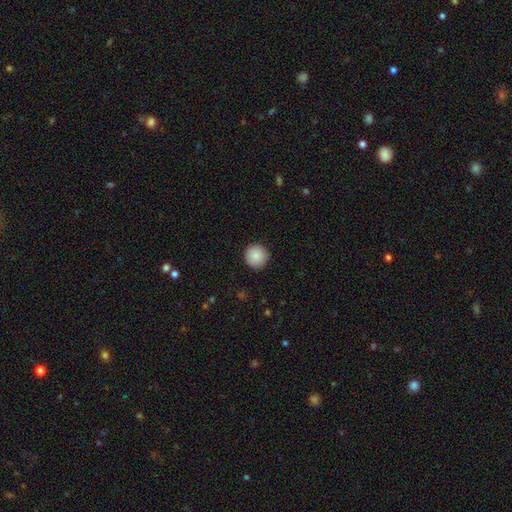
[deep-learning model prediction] Smooth or featured? Predicted: smooth (p=0.88). How rounded? Predicted: round (p=0.96). Merging? Predicted: none (p=0.92).